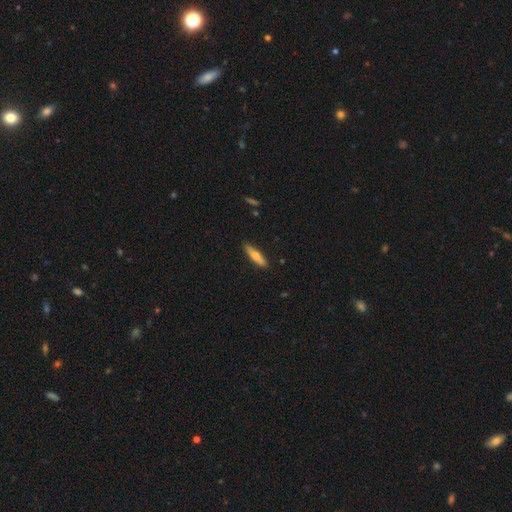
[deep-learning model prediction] This appears to be a smooth galaxy with no disk features (63%) that is cigar-shaped (72%). Merging: none (89%).